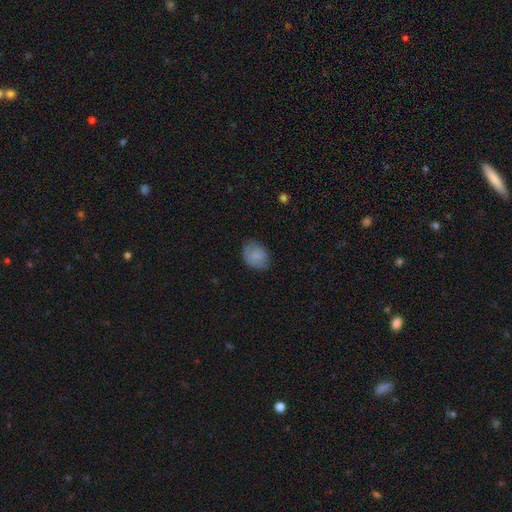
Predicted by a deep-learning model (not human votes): Smooth or featured? Predicted: smooth (p=0.83). How rounded? Predicted: in between (p=0.60). Merging? Predicted: none (p=0.75).